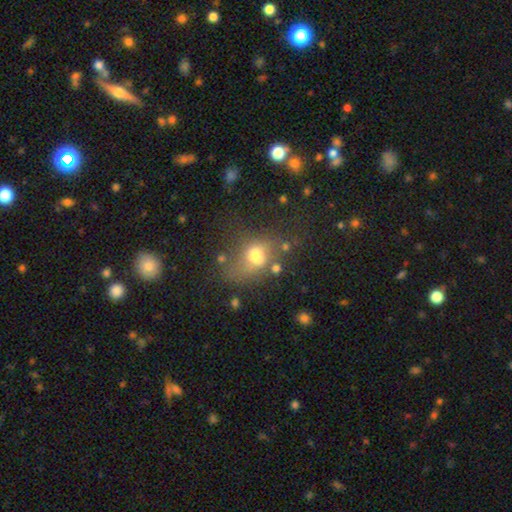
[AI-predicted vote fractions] Q: Smooth or featured?
A: smooth (58%); runner-up: featured or disk (24%)
Q: How rounded?
A: in between (59%); runner-up: round (38%)
Q: Merging?
A: none (43%); runner-up: major disturbance (24%)